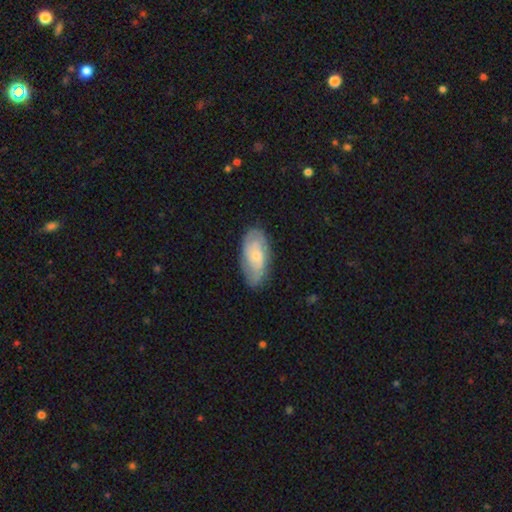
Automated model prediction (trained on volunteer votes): Smooth or featured: featured or disk — 53% (smooth — 41%)
Edge-on disk: no — 93% (yes — 7%)
Merging: none — 74% (minor disturbance — 20%)